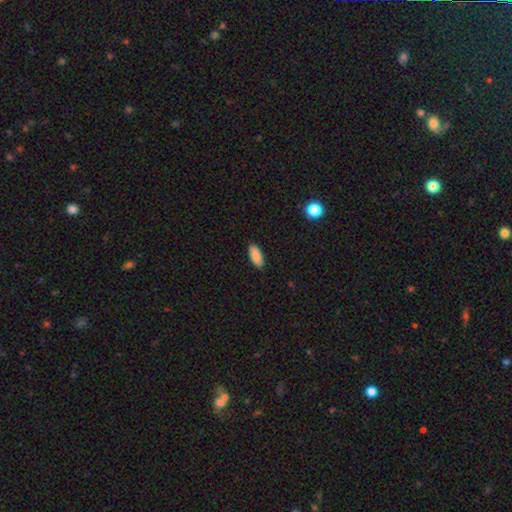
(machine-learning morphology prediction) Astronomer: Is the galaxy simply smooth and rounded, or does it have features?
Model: smooth — 89%.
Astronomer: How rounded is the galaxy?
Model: in between — 82%.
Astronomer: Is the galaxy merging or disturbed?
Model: none — 89%.